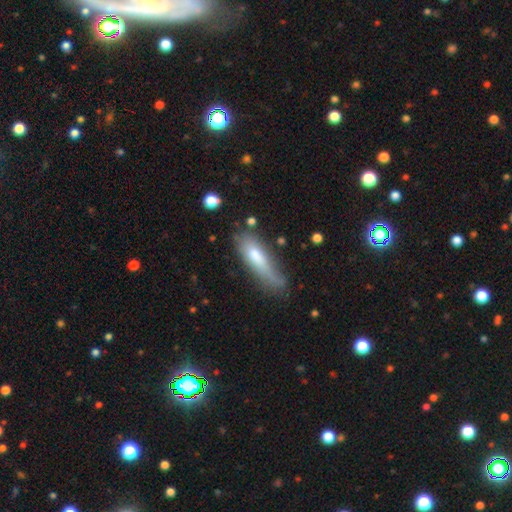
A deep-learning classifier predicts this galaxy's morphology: Overall: smooth (65%; featured or disk 28%). How rounded: cigar-shaped (58%; in between 40%). Merging: none (39%; minor disturbance 34%).